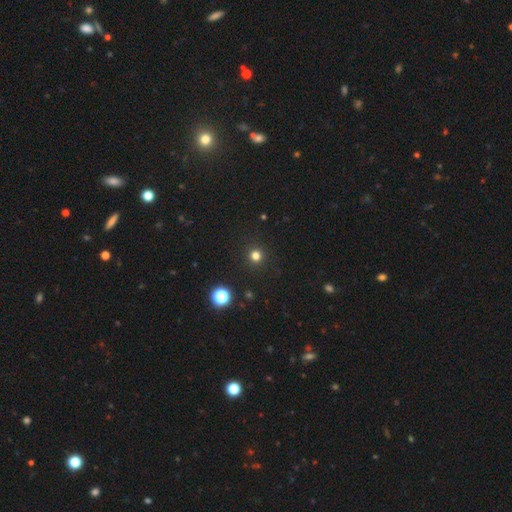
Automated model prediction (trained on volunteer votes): A smooth galaxy with no disk features (77%) that is round (95%). Merging: none (92%).